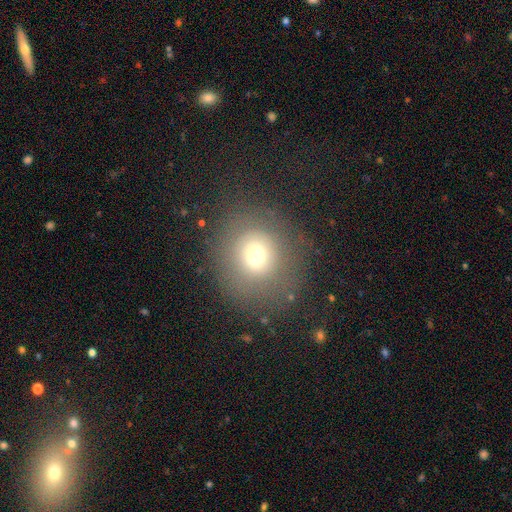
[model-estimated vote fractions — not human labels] This appears to be a smooth galaxy with no disk features (68%) that is round (89%). Merging: none (79%).